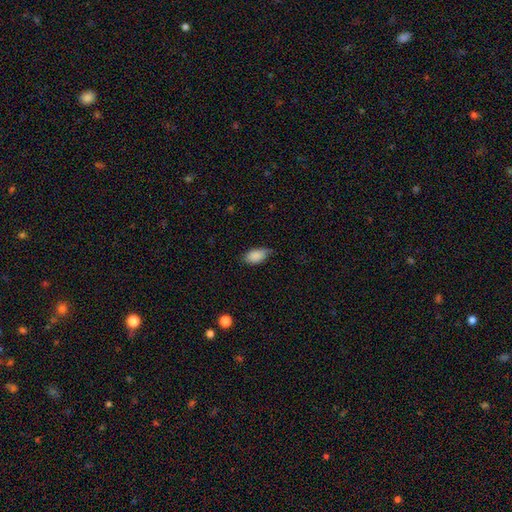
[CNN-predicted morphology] smooth-or-featured: smooth: 87% | star or artifact: 7% | featured or disk: 5%
  how-rounded: in between: 93% | round: 4% | cigar-shaped: 4%
  merging: none: 63% | minor disturbance: 31% | major disturbance: 5% | merger: 1%